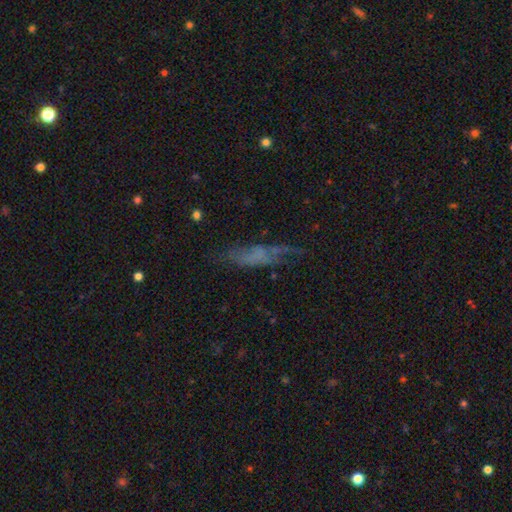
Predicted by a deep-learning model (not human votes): Morphology: type=smooth (44%); merging=none (53%).